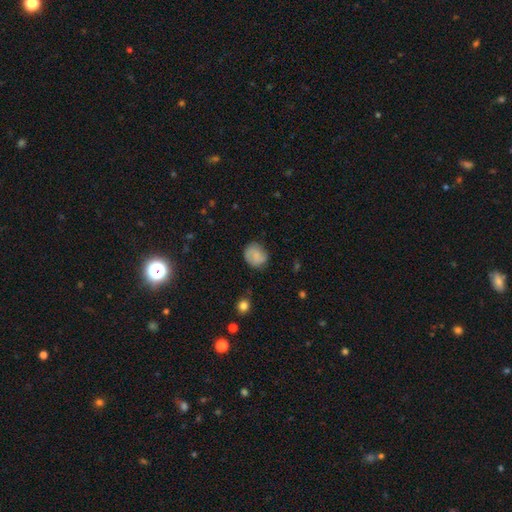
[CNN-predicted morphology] The model was most divided on "how rounded": round: 66%, in between: 33%, cigar-shaped: 1%. More confident: merging — none (70%); smooth or featured — smooth (68%).